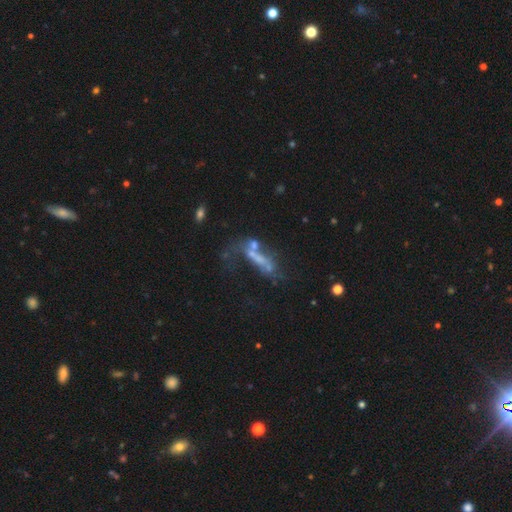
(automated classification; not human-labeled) Q: Smooth or featured?
A: featured or disk (50%); runner-up: smooth (28%)
Q: Merging?
A: merger (34%); runner-up: major disturbance (30%)